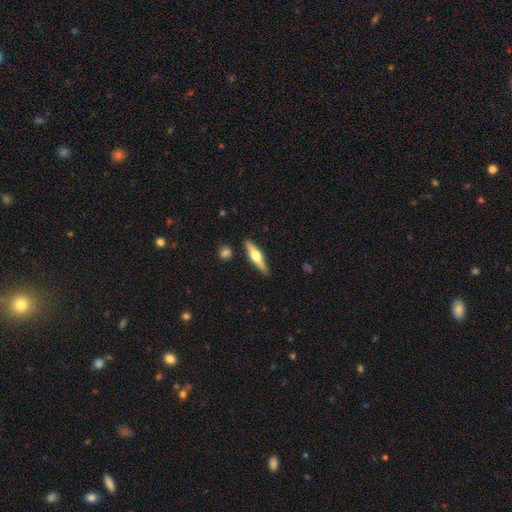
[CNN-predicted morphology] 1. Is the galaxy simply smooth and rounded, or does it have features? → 61% featured or disk, 34% smooth, 5% star or artifact.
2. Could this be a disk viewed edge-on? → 96% yes, 4% no.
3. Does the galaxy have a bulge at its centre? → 95% rounded, 3% boxy, 2% none.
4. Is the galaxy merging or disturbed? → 86% none, 9% minor disturbance, 3% merger, 2% major disturbance.